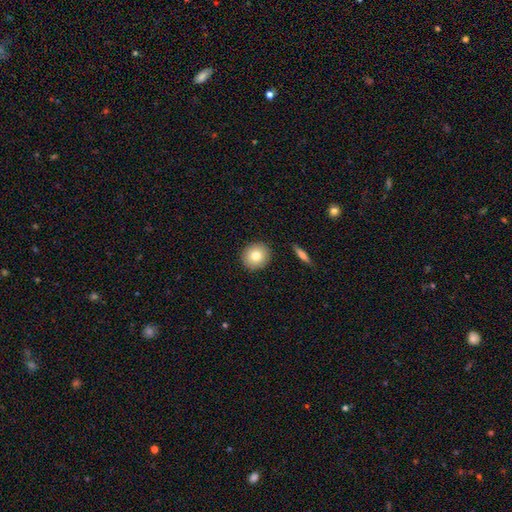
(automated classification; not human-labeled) Smooth or featured: smooth — 78% (featured or disk — 14%)
How rounded: round — 90% (in between — 9%)
Merging: none — 90% (minor disturbance — 6%)